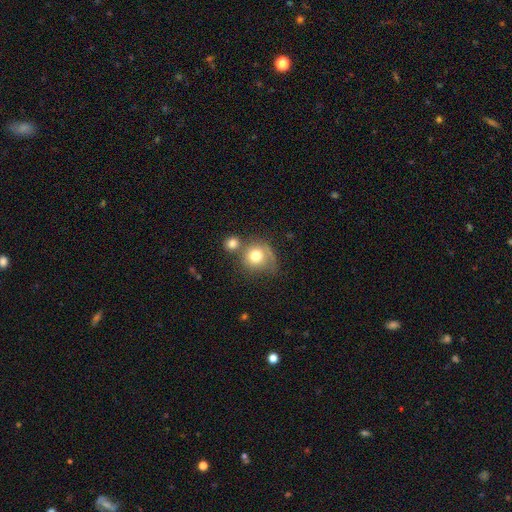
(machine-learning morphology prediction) This appears to be a smooth galaxy with no disk features (72%) that is round (84%). Merging: none (41%).